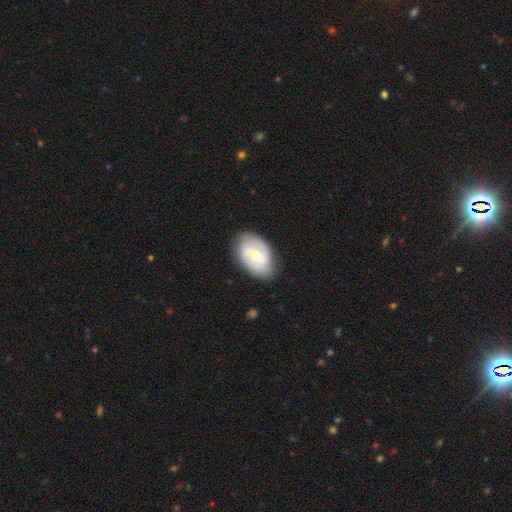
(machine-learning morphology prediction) Q: Smooth or featured?
A: featured or disk (75%); runner-up: smooth (20%)
Q: Edge-on disk?
A: no (96%); runner-up: yes (4%)
Q: Bar?
A: weak (52%); runner-up: strong (27%)
Q: Spiral arms?
A: yes (86%); runner-up: no (14%)
Q: Spiral winding?
A: medium (43%); runner-up: tight (33%)
Q: Spiral arm count?
A: 2 (81%); runner-up: can't tell (11%)
Q: Bulge size?
A: moderate (54%); runner-up: small (43%)
Q: Merging?
A: none (84%); runner-up: minor disturbance (12%)